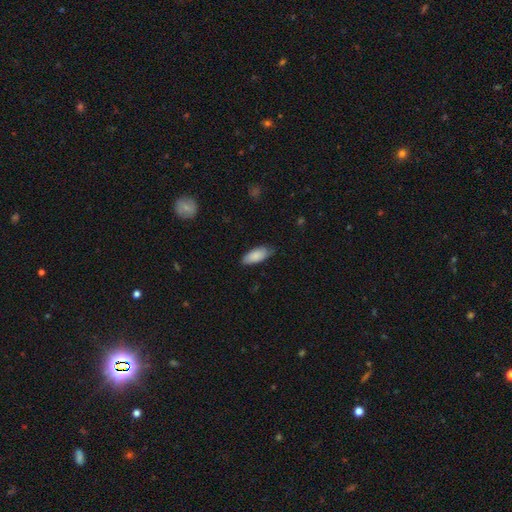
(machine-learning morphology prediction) Smooth or featured? smooth (86%)
How rounded? in between (85%)
Merging? none (72%)